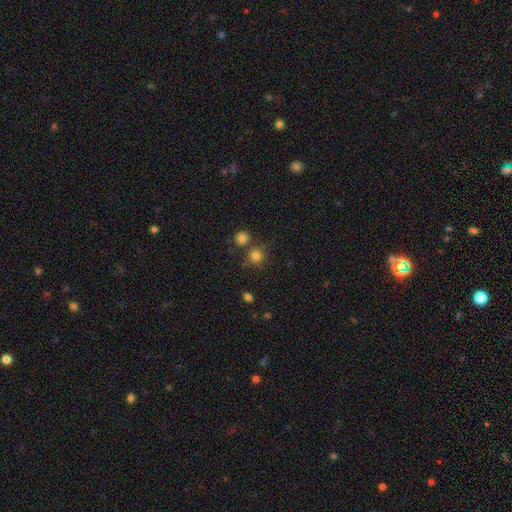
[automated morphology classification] Smooth or featured? smooth (79%)
How rounded? round (90%)
Merging? none (69%)